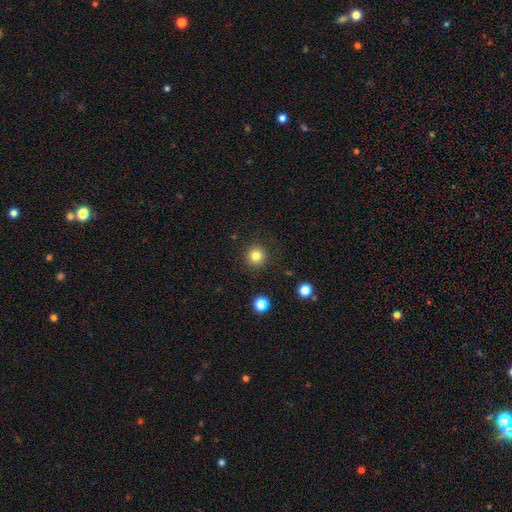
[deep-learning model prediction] Smooth or featured? smooth (82%)
How rounded? round (95%)
Merging? none (90%)